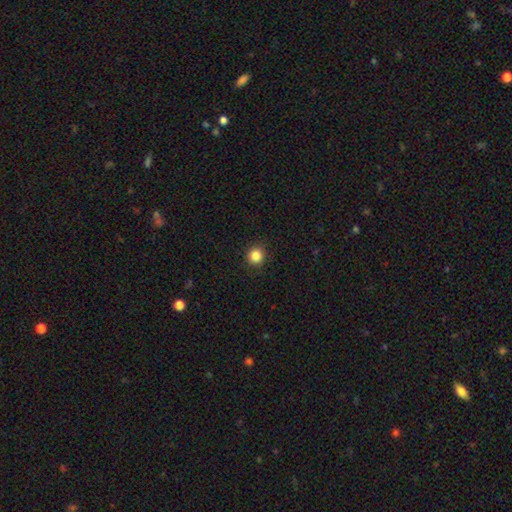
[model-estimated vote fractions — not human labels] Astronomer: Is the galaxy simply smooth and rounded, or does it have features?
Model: smooth — 85%.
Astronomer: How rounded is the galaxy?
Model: round — 93%.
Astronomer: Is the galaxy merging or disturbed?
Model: none — 92%.